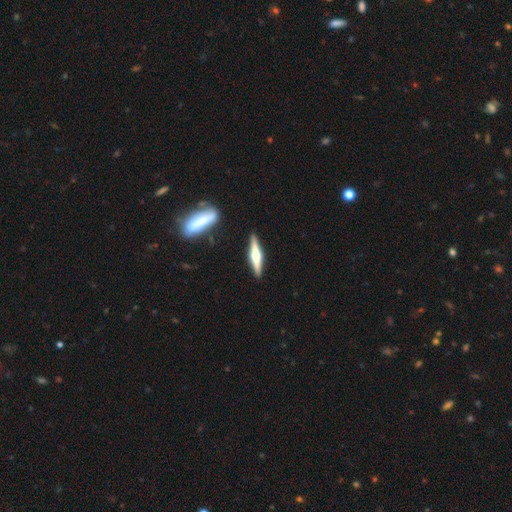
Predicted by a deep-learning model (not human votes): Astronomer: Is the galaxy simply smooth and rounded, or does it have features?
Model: featured or disk — 68%.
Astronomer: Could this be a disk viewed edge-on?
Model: yes — 97%.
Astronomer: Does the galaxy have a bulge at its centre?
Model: rounded — 88%.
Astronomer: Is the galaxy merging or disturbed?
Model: none — 89%.